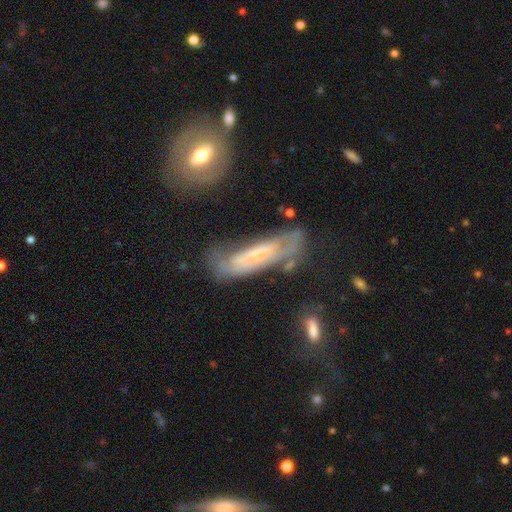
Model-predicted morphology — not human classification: Q: Smooth or featured?
A: featured or disk (60%); runner-up: smooth (31%)
Q: Edge-on disk?
A: no (69%); runner-up: yes (31%)
Q: Merging?
A: none (52%); runner-up: minor disturbance (25%)